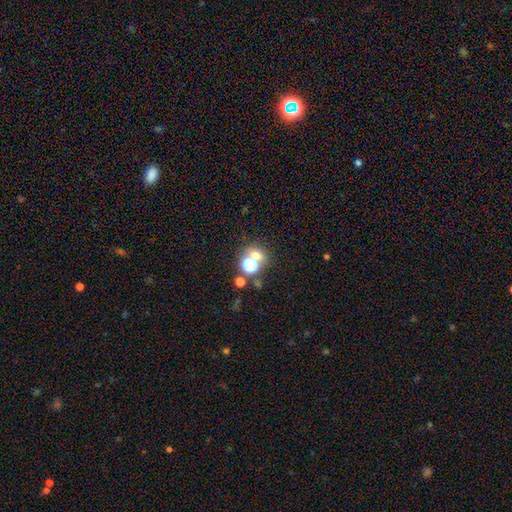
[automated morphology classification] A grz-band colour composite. It shows a smooth galaxy with no disk features (55%) that is round (75%). Merging: none (57%).